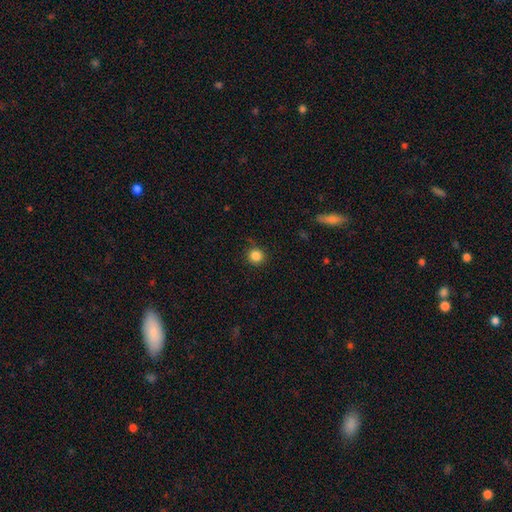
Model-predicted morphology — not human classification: A smooth galaxy with no disk features (85%) that is round (94%).

Vote fractions:
- Smooth or featured? smooth: 85% / star or artifact: 12% / featured or disk: 4%
- How rounded? round: 94% / in between: 5% / cigar-shaped: 1%
- Merging? none: 88% / minor disturbance: 8% / major disturbance: 2% / merger: 1%